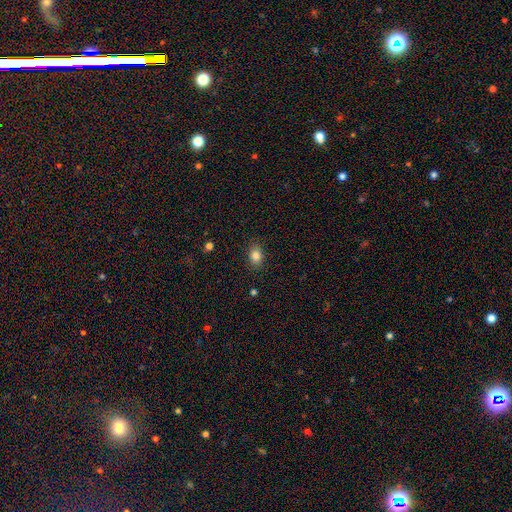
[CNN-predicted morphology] Q: Smooth or featured?
A: smooth (84%); runner-up: star or artifact (10%)
Q: How rounded?
A: in between (69%); runner-up: round (30%)
Q: Merging?
A: none (87%); runner-up: minor disturbance (9%)